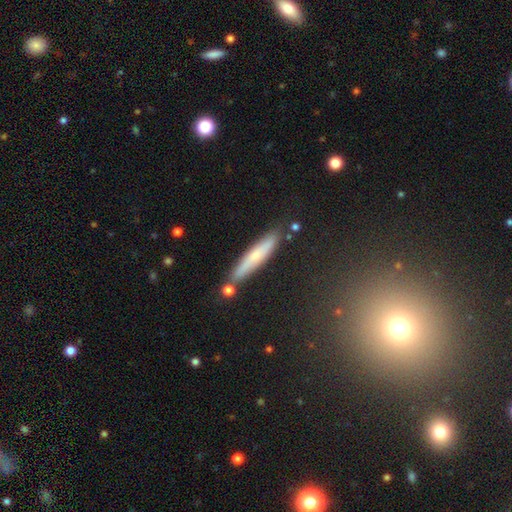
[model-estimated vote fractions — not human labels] Q: Smooth or featured?
A: smooth (57%); runner-up: featured or disk (36%)
Q: How rounded?
A: cigar-shaped (91%); runner-up: in between (8%)
Q: Merging?
A: none (81%); runner-up: minor disturbance (11%)